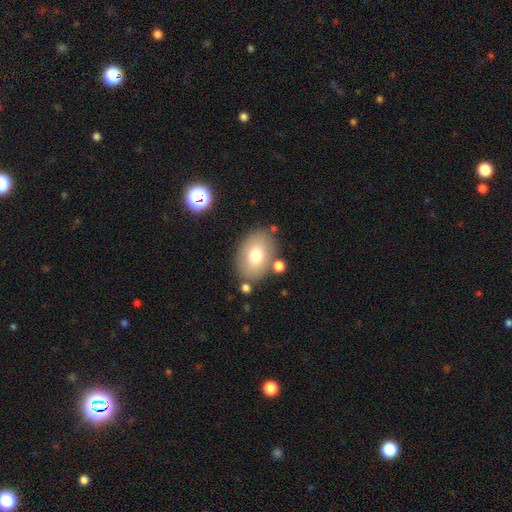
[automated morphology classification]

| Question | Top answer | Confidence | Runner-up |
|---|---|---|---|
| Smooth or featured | smooth | 73% | featured or disk (18%) |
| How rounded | in between | 83% | round (16%) |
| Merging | none | 78% | minor disturbance (13%) |